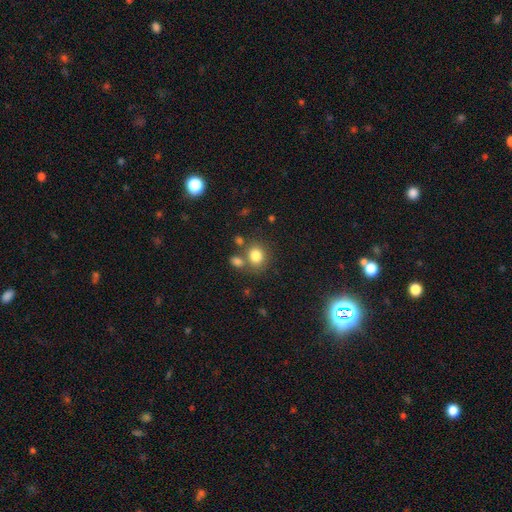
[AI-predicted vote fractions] A smooth galaxy with no disk features (82%) that is round (65%).

Vote fractions:
- Smooth or featured? smooth: 82% / star or artifact: 11% / featured or disk: 8%
- How rounded? round: 65% / in between: 34% / cigar-shaped: 1%
- Merging? none: 63% / merger: 20% / minor disturbance: 12% / major disturbance: 5%